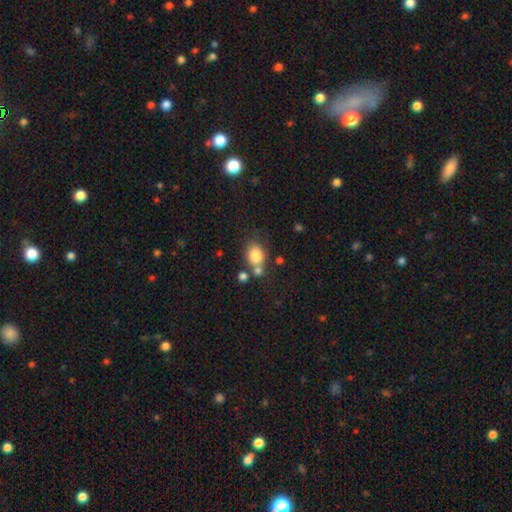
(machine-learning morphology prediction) Smooth or featured: smooth — 81% (star or artifact — 10%)
How rounded: round — 50% (in between — 49%)
Merging: none — 54% (merger — 25%)